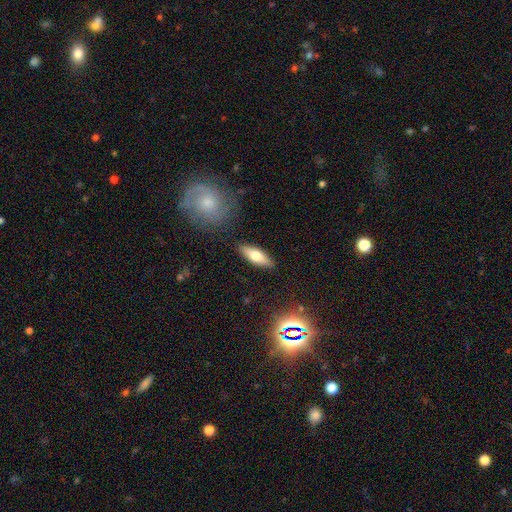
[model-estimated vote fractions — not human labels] smooth_or_featured: smooth (p=0.64) [alt: featured or disk p=0.28]
how_rounded: in between (p=0.59) [alt: cigar-shaped p=0.38]
merging: none (p=0.87) [alt: minor disturbance p=0.09]